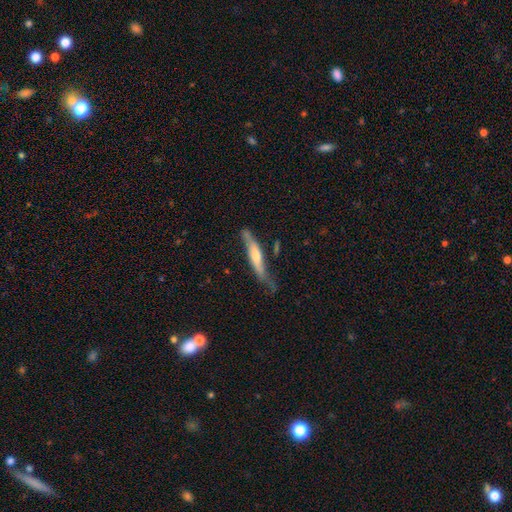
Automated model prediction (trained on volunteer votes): Smooth or featured? featured or disk (56%)
Edge-on disk? yes (80%)
Merging? none (53%)